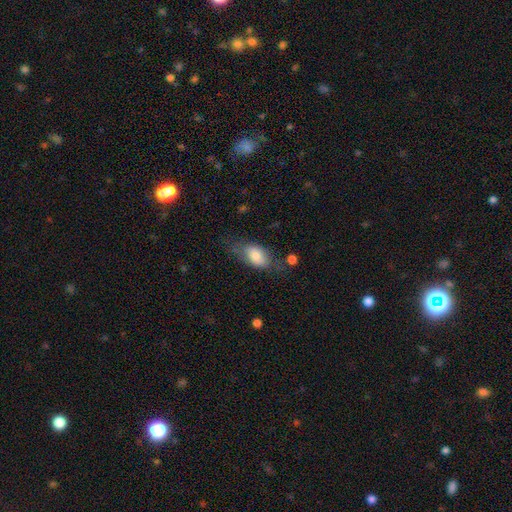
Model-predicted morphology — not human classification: A smooth galaxy with no disk features (74%) that is in between round and cigar-shaped (89%).

Vote fractions:
- Smooth or featured? smooth: 74% / featured or disk: 19% / star or artifact: 7%
- How rounded? in between: 89% / round: 7% / cigar-shaped: 4%
- Merging? none: 51% / minor disturbance: 28% / major disturbance: 17% / merger: 4%